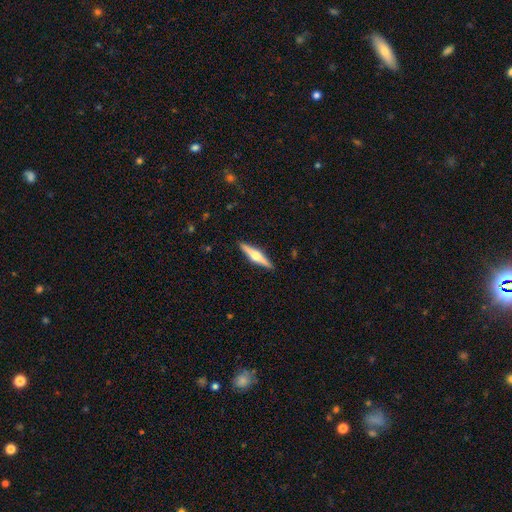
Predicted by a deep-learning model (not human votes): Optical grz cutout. It shows a featured or disk galaxy (70%) viewed edge-on (98%) with a rounded central bulge (93%). Merging: none (92%).